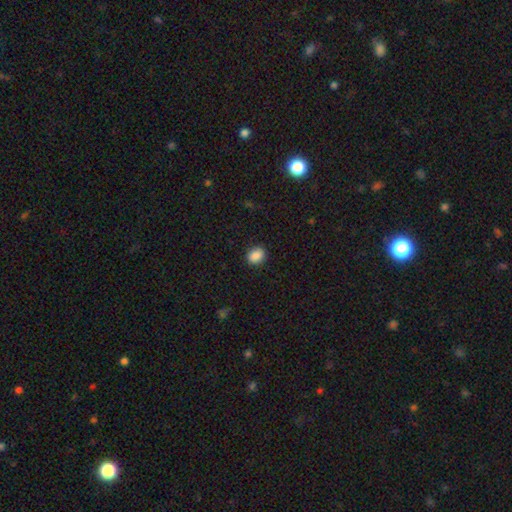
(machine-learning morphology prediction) Smooth or featured? smooth (88%)
How rounded? in between (52%)
Merging? none (88%)